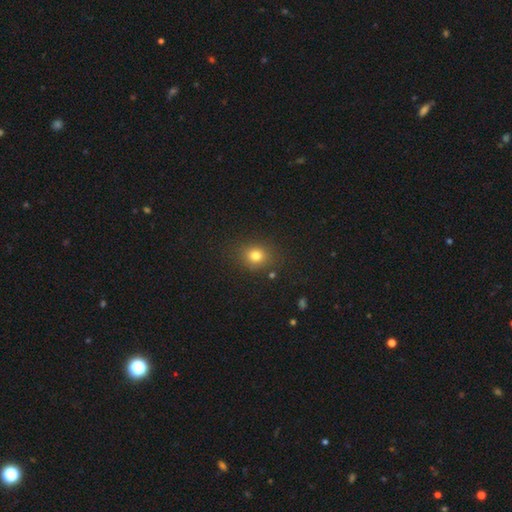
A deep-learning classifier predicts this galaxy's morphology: smooth-or-featured: smooth: 78% | star or artifact: 15% | featured or disk: 7%
  how-rounded: round: 70% | in between: 29% | cigar-shaped: 1%
  merging: none: 82% | minor disturbance: 11% | major disturbance: 4% | merger: 3%